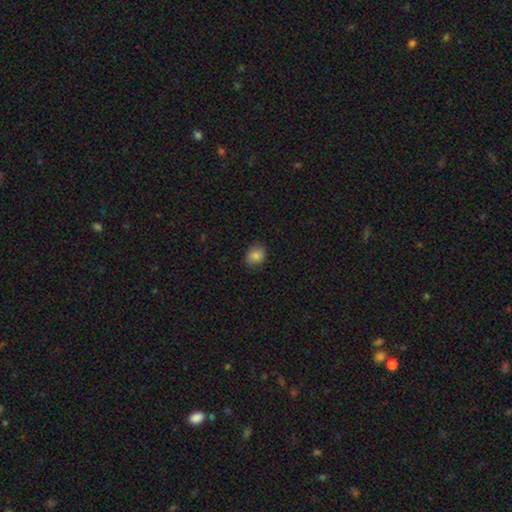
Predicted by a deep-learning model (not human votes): A smooth galaxy with no disk features (84%) that is round (59%).

Vote fractions:
- Smooth or featured? smooth: 84% / star or artifact: 9% / featured or disk: 7%
- How rounded? round: 59% / in between: 40% / cigar-shaped: 1%
- Merging? none: 81% / minor disturbance: 15% / major disturbance: 3% / merger: 1%